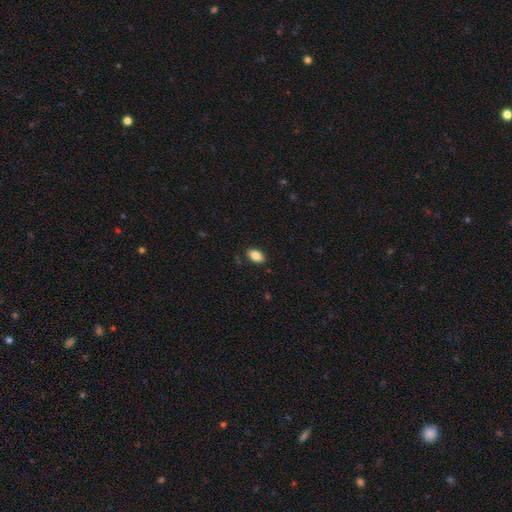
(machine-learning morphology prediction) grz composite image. It shows a smooth galaxy with no disk features (85%) that is in between round and cigar-shaped (92%). Merging: none (88%).